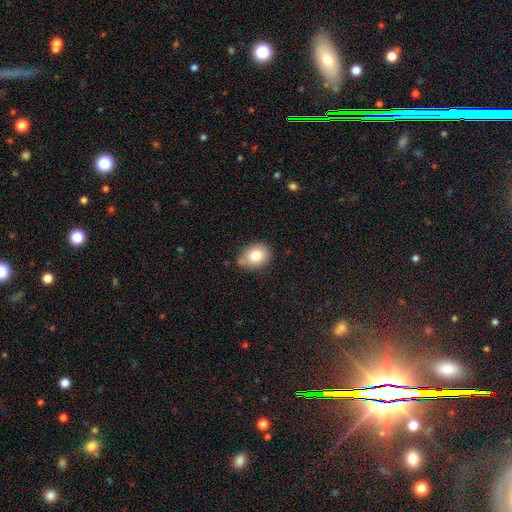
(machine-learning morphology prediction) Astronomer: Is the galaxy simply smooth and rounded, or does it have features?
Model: smooth — 82%.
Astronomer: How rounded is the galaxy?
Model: in between — 58% (runner-up: round, 41%).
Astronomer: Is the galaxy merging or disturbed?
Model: none — 69%.